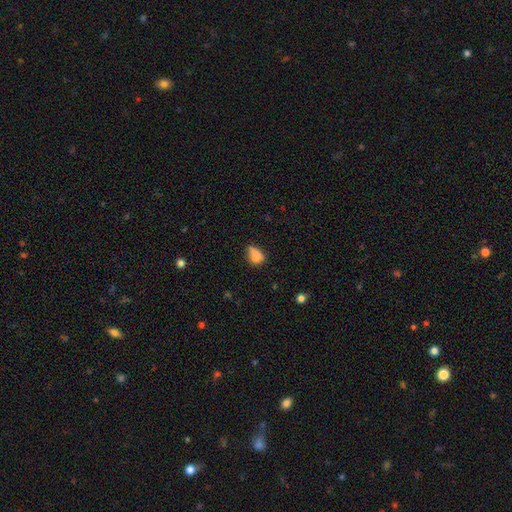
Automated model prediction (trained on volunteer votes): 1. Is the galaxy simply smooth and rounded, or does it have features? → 74% smooth, 14% featured or disk, 12% star or artifact.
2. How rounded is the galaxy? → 75% in between, 22% round, 4% cigar-shaped.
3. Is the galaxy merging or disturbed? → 38% none, 32% minor disturbance, 17% major disturbance, 13% merger.